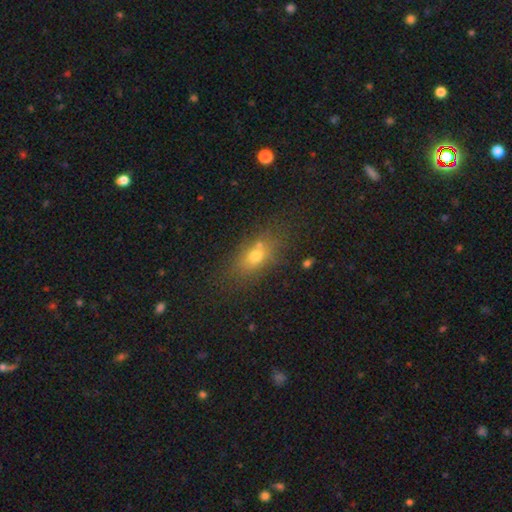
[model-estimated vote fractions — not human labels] Smooth or featured: smooth — 68% (featured or disk — 16%)
How rounded: in between — 72% (round — 19%)
Merging: none — 69% (minor disturbance — 16%)